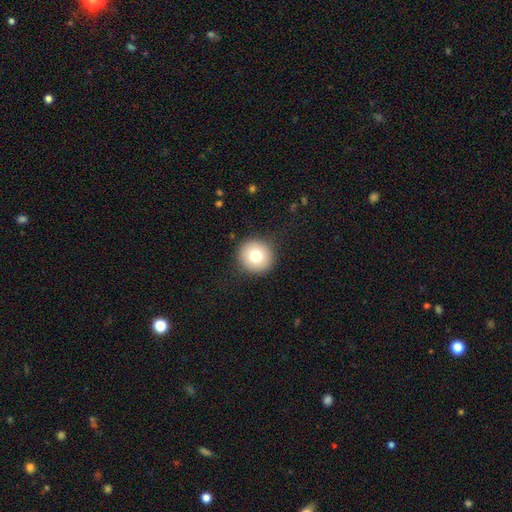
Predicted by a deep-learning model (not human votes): Overall: smooth (77%). How rounded: round (94%). Merging: none (91%).